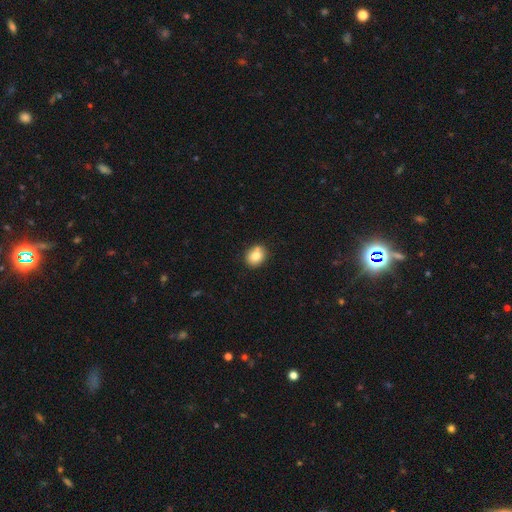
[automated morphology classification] This is clearly a smooth galaxy (81%). How rounded: possibly round (59%). Merging: likely none (74%).